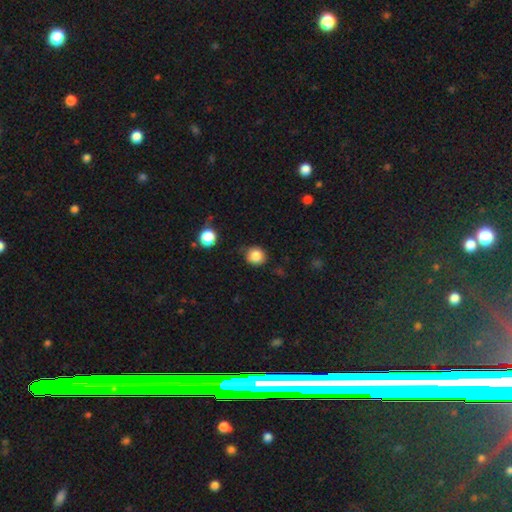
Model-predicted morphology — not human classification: smooth 84%, star or artifact 11%, featured or disk 5%. Down the decision tree: how rounded — round (83%); merging — none (75%).